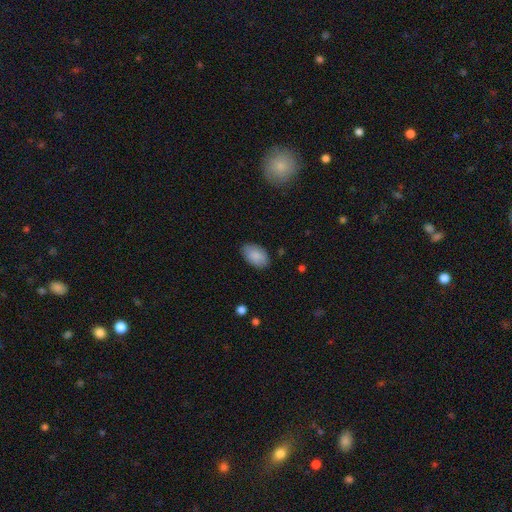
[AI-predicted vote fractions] This is clearly a smooth galaxy (88%). How rounded: clearly in between (93%). Merging: clearly none (85%).